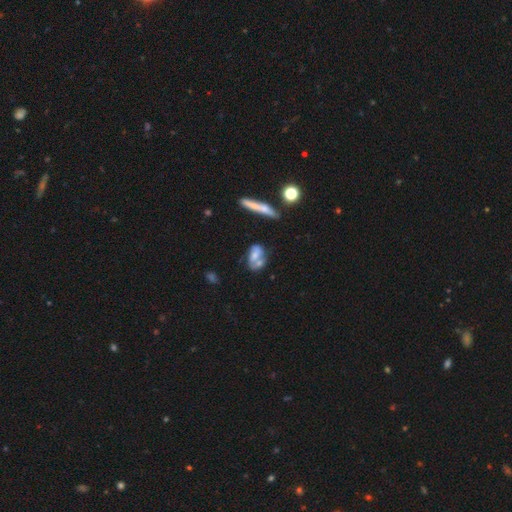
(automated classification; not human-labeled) The model was most divided on "smooth or featured" (2-way tie): smooth: 45%, featured or disk: 45%, star or artifact: 10%. Remaining: merging — merger (38%).